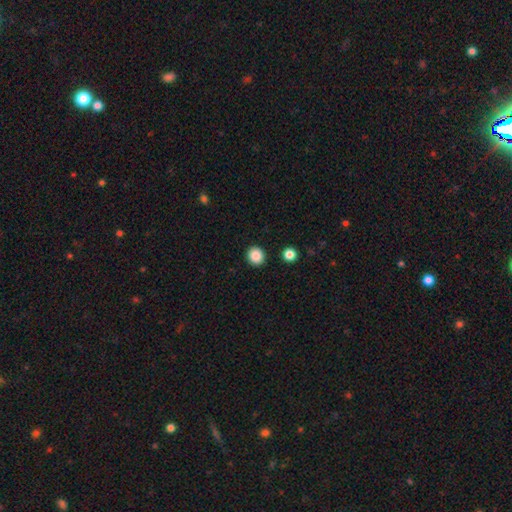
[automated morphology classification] smooth 87%, star or artifact 9%, featured or disk 3%. Down the decision tree: how rounded — round (90%); merging — none (92%).